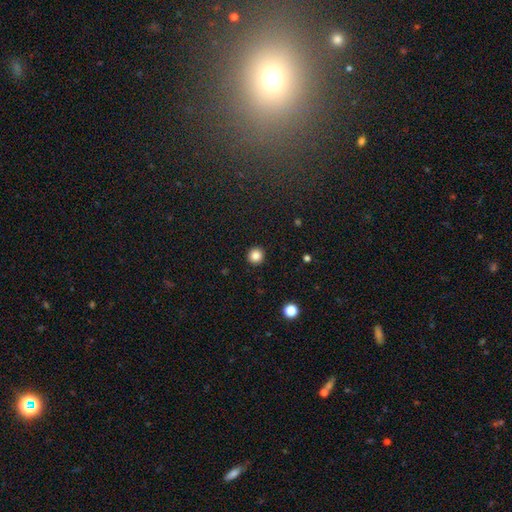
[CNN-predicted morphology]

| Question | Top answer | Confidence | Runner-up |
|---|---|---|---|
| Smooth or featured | smooth | 85% | star or artifact (11%) |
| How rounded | round | 95% | in between (4%) |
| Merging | none | 93% | minor disturbance (4%) |